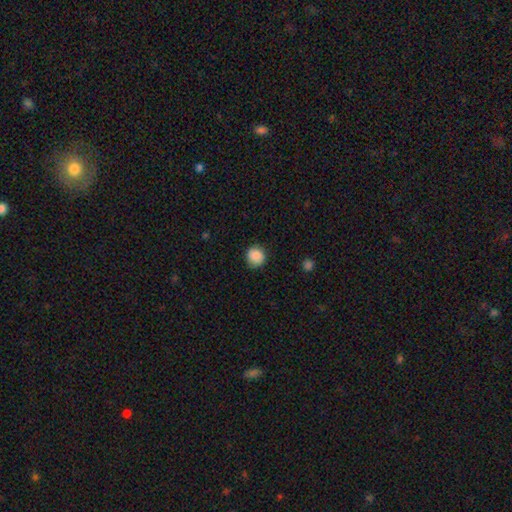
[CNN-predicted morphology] Smooth or featured? Predicted: smooth (p=0.87). How rounded? Predicted: round (p=0.91). Merging? Predicted: none (p=0.85).